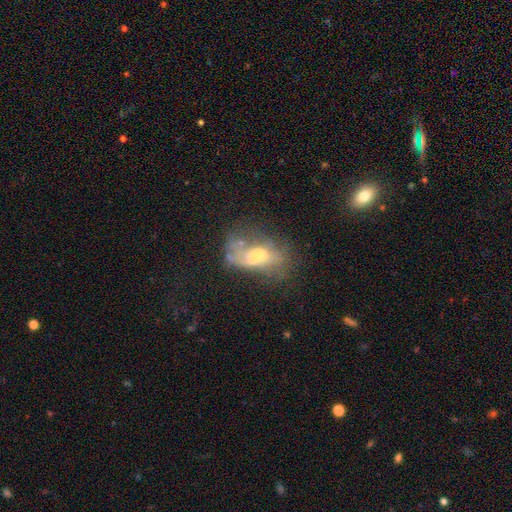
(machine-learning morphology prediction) This is possibly a featured or disk galaxy (52%). It is clearly not viewed edge-on (92%). Merging: marginally major disturbance (34%).